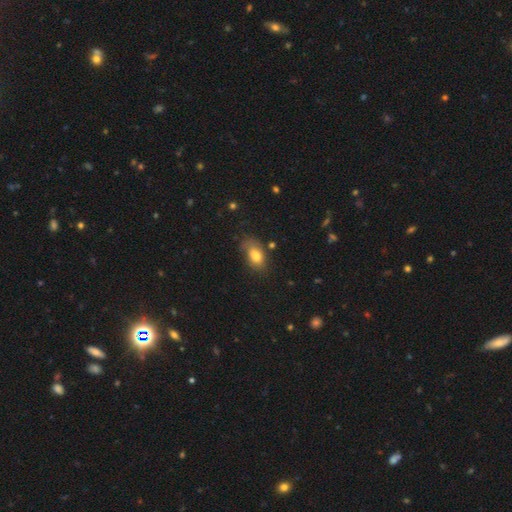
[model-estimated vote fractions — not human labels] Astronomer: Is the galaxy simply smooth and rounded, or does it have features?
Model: smooth — 78%.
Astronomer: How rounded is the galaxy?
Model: in between — 88%.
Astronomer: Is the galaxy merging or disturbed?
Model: none — 60%.